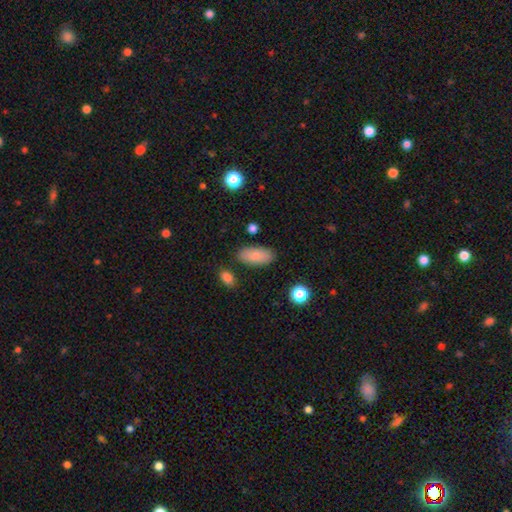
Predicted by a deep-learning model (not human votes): A smooth galaxy with no disk features (85%) that is in between round and cigar-shaped (91%). Merging: none (83%).